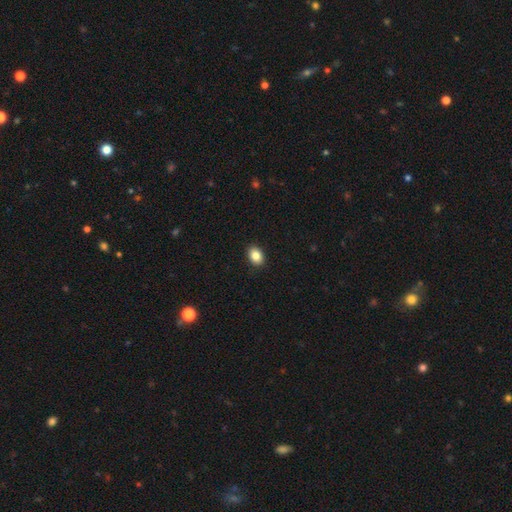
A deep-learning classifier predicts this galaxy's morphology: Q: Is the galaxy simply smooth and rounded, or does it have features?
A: smooth — 85%.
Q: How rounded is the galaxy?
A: in between — 72%.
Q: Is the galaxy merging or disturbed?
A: none — 91%.